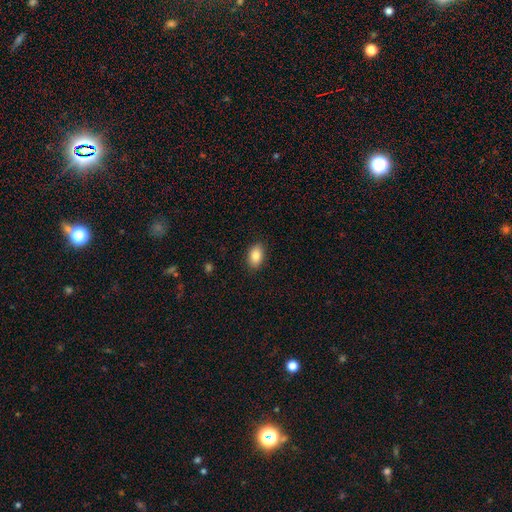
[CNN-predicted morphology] Overall: smooth (84%). How rounded: in between (89%). Merging: none (89%).